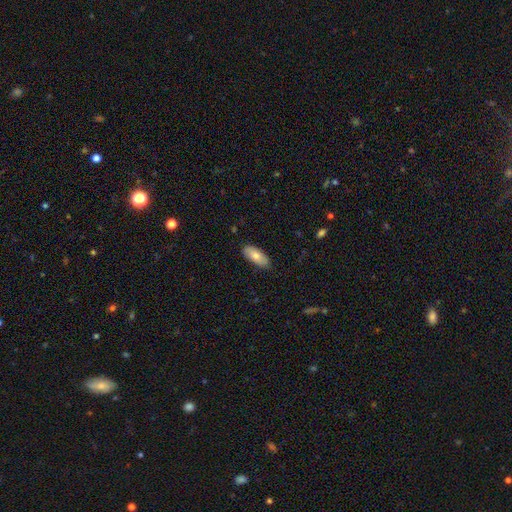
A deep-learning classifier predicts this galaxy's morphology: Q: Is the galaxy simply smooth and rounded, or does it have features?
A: smooth — 76%.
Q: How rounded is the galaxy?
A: in between — 84%.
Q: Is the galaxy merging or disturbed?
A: none — 86%.